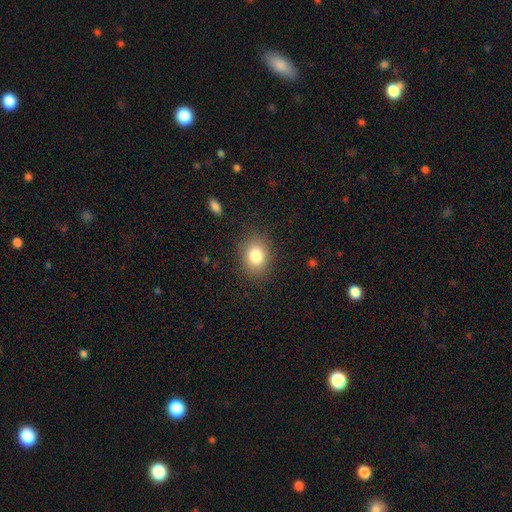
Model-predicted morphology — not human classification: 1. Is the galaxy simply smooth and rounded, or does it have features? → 82% smooth, 10% star or artifact, 8% featured or disk.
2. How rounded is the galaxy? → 50% in between, 49% round, 1% cigar-shaped.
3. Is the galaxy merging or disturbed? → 84% none, 11% minor disturbance, 4% major disturbance, 1% merger.